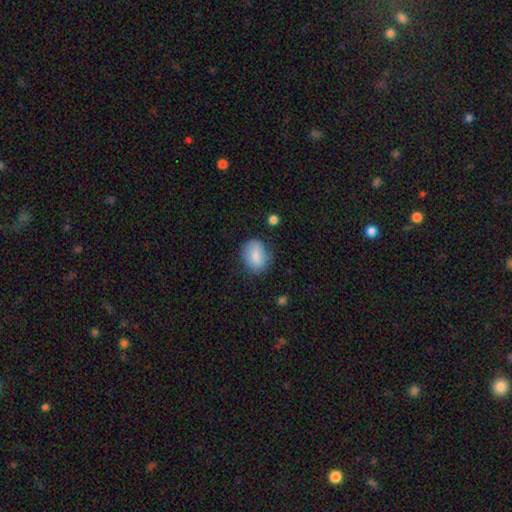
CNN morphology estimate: smooth 83%, featured or disk 10%, star or artifact 7%. Down the decision tree: how rounded — in between (57%); merging — none (75%).